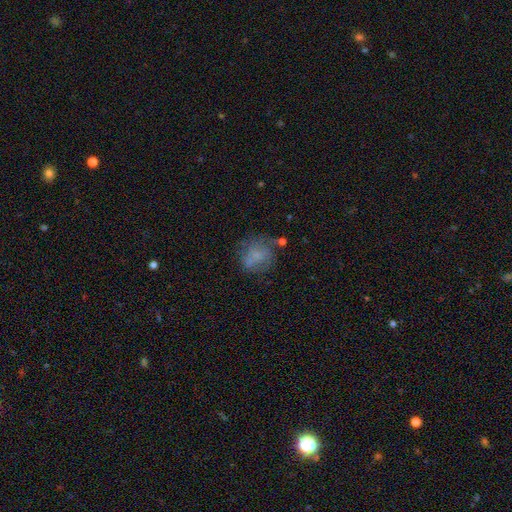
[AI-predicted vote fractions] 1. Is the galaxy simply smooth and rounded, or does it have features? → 58% smooth, 30% featured or disk, 13% star or artifact.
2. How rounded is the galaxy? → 69% round, 30% in between, 1% cigar-shaped.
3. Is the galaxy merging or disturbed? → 51% none, 22% minor disturbance, 16% major disturbance, 10% merger.